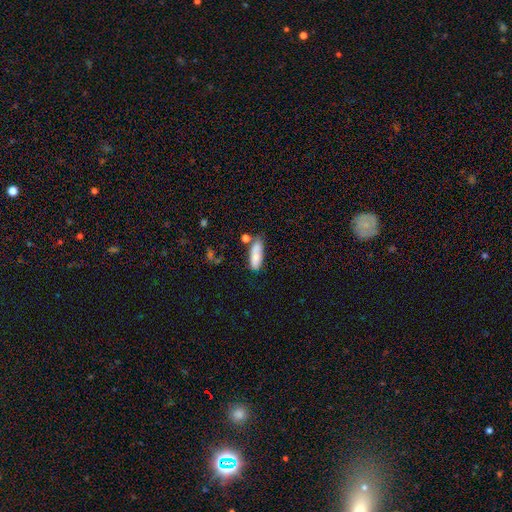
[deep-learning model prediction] Smooth or featured? Predicted: smooth (p=0.76). How rounded? Predicted: in between (p=0.66). Merging? Predicted: none (p=0.54).